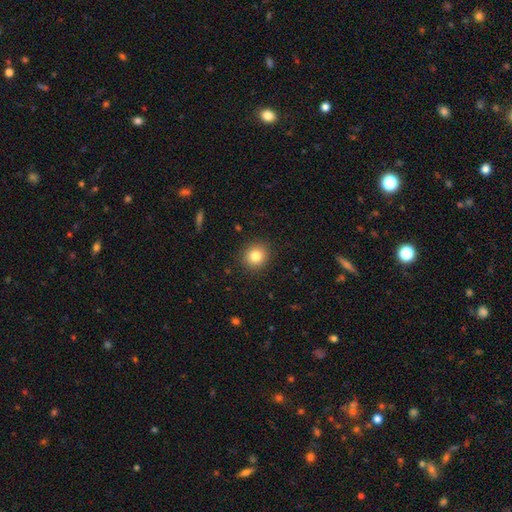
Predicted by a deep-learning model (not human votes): smooth 82%, star or artifact 11%, featured or disk 7%. Down the decision tree: how rounded — round (88%); merging — none (91%).